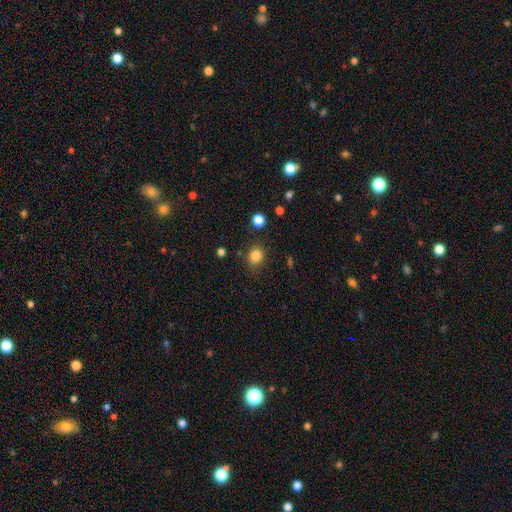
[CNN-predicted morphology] type=smooth (83%); roundness=round (68%); merging=none (81%).